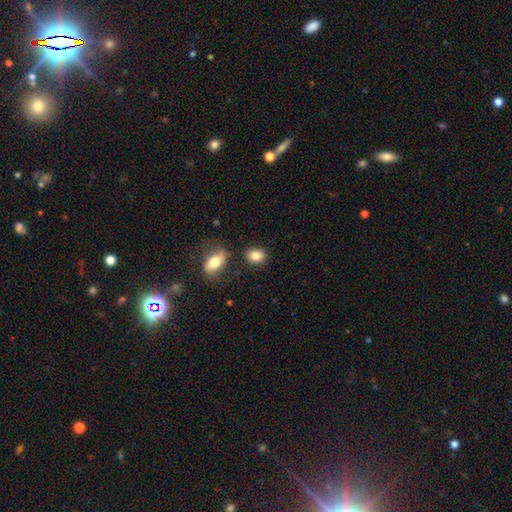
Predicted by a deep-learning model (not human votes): The model was most divided on "how rounded": in between: 60%, round: 38%, cigar-shaped: 2%. More confident: smooth or featured — smooth (85%); merging — none (79%).